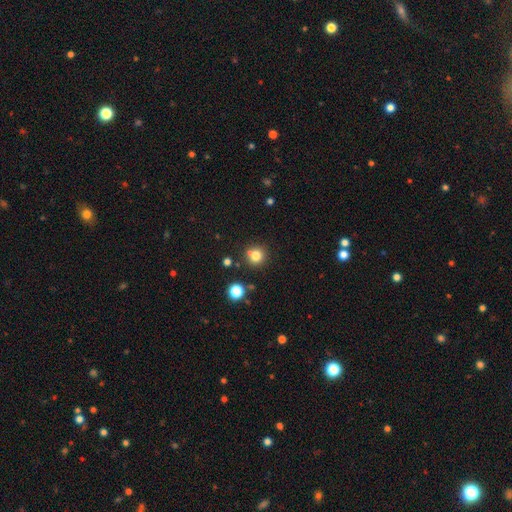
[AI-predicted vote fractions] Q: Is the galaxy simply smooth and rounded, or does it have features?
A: smooth — 79%.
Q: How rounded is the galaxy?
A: round — 93%.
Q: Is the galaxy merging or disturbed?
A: none — 77%.